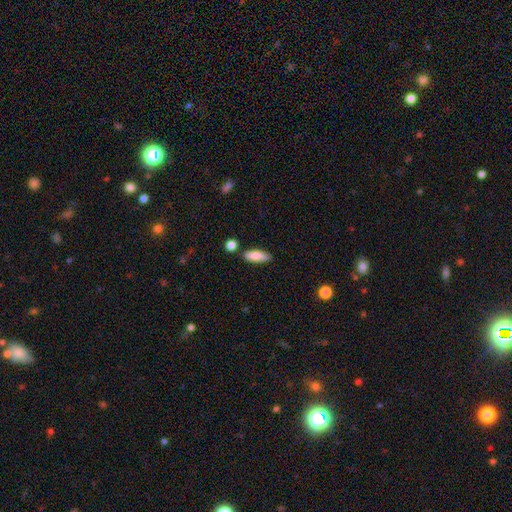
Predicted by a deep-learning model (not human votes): smooth_or_featured: smooth (p=0.84) [alt: featured or disk p=0.10]
how_rounded: in between (p=0.62) [alt: cigar-shaped p=0.36]
merging: none (p=0.78) [alt: minor disturbance p=0.14]